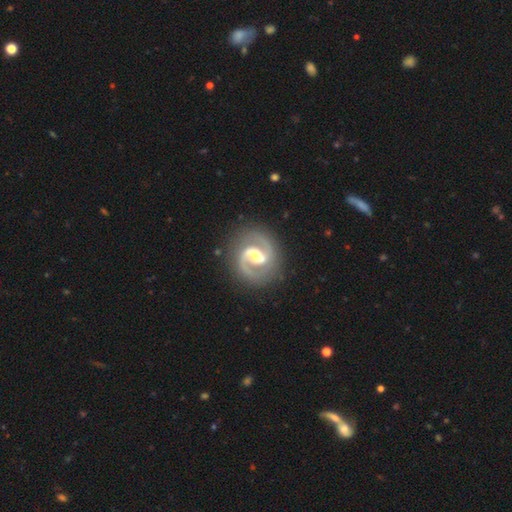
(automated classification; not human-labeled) Smooth or featured?
  - featured or disk: 92% *
  - smooth: 5%
  - star or artifact: 4%
Edge-on disk?
  - no: 98% *
  - yes: 2%
Bar?
  - weak: 46% *
  - strong: 38%
  - no: 16%
Spiral arms?
  - yes: 98% *
  - no: 2%
Spiral winding?
  - medium: 60% *
  - tight: 29%
  - loose: 11%
Spiral arm count?
  - 2: 93% *
  - 1: 2%
  - can't tell: 2%
  - 3: 1%
  - 4: 1%
  - more than 4: 1%
Bulge size?
  - moderate: 55% *
  - small: 28%
  - large: 12%
  - none: 3%
  - dominant: 1%
Merging?
  - none: 84% *
  - minor disturbance: 11%
  - major disturbance: 4%
  - merger: 1%